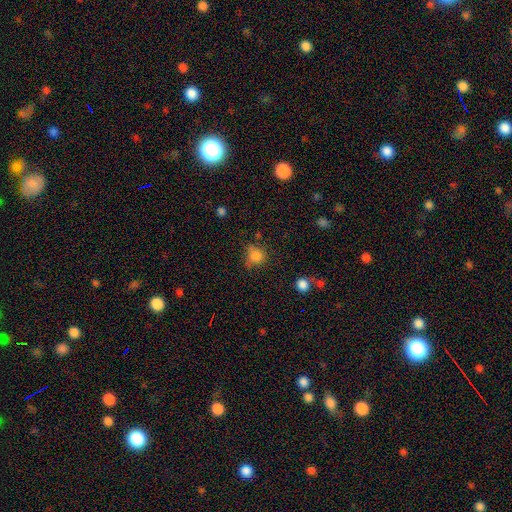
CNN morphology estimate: Q: Smooth or featured?
A: smooth (82%); runner-up: star or artifact (12%)
Q: How rounded?
A: round (81%); runner-up: in between (18%)
Q: Merging?
A: none (61%); runner-up: minor disturbance (24%)